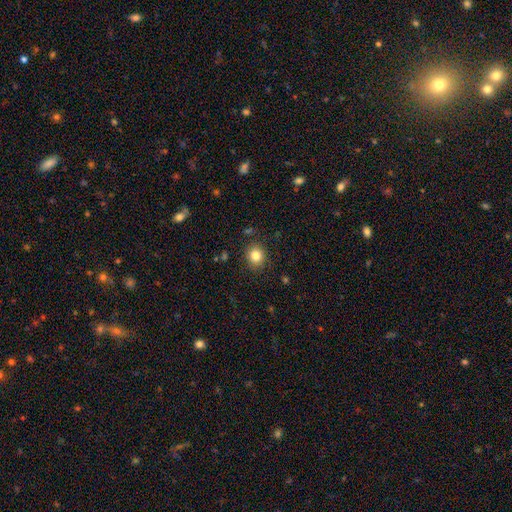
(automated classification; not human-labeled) Overall: smooth (83%). How rounded: round (81%). Merging: none (88%).